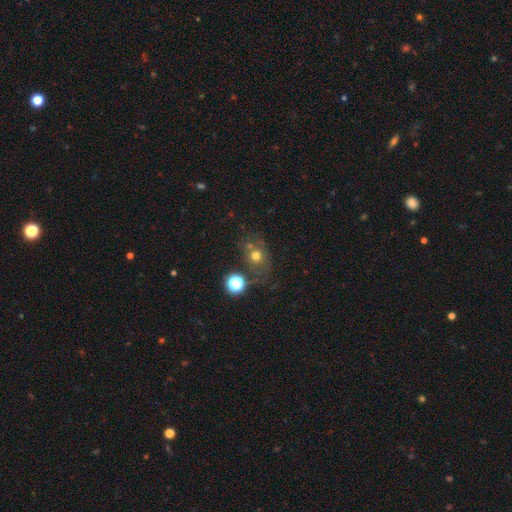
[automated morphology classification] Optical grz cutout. It shows a smooth galaxy with no disk features (59%) that is round (65%). Merging: none (56%).